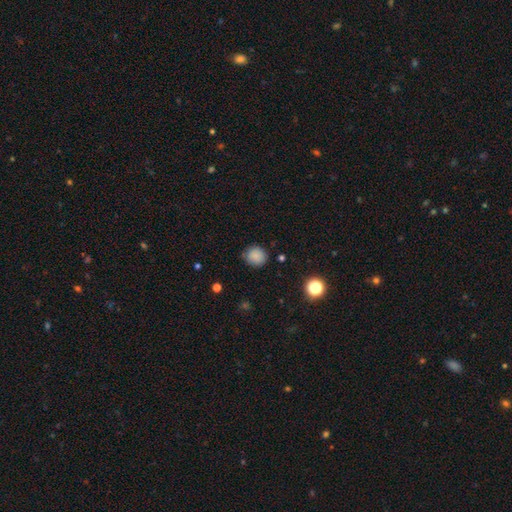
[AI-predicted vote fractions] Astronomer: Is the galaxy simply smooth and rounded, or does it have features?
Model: smooth — 85%.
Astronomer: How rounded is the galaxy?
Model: round — 82%.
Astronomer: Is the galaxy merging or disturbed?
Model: none — 81%.